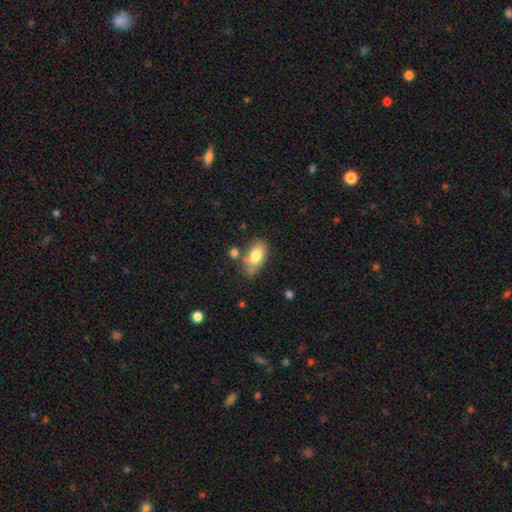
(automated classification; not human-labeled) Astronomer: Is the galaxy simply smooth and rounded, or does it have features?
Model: smooth — 75%.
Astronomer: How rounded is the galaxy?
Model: in between — 89%.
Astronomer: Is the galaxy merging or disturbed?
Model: none — 55%.